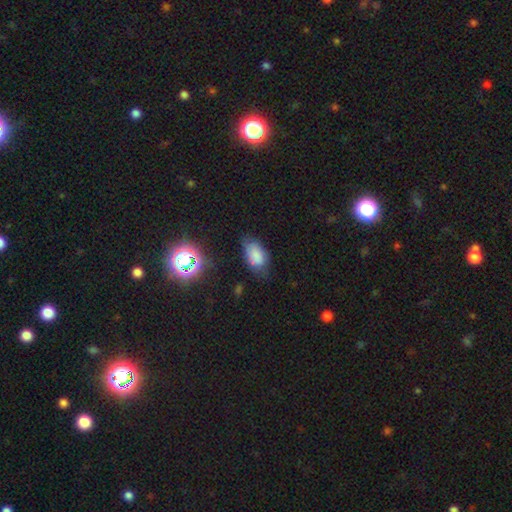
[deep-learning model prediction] Smooth or featured? Predicted: smooth (p=0.73). How rounded? Predicted: in between (p=0.91). Merging? Predicted: none (p=0.55).